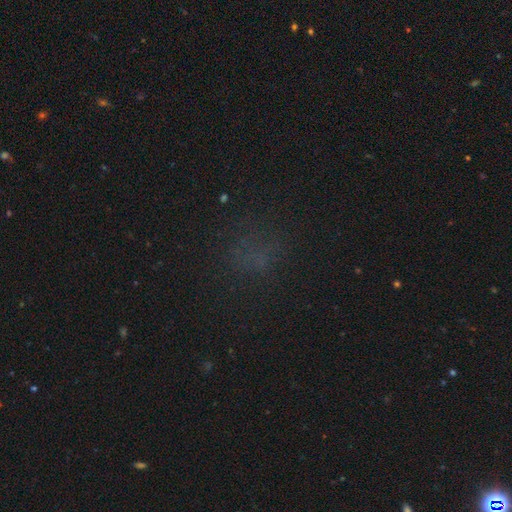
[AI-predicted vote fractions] A star or artifact, not a galaxy (47%).